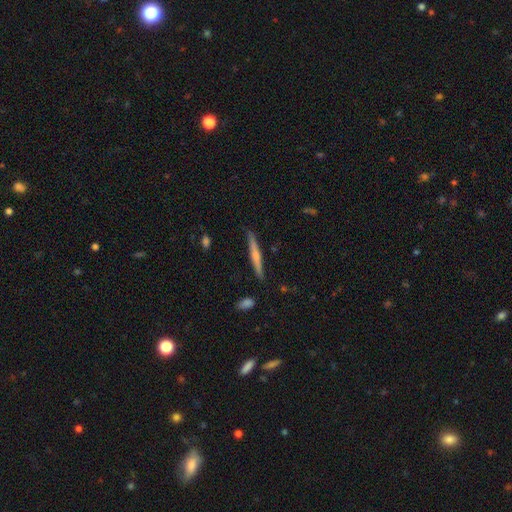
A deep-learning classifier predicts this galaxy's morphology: This appears to be a featured or disk galaxy (53%) viewed edge-on (97%) with a rounded central bulge (66%). Merging: none (87%).